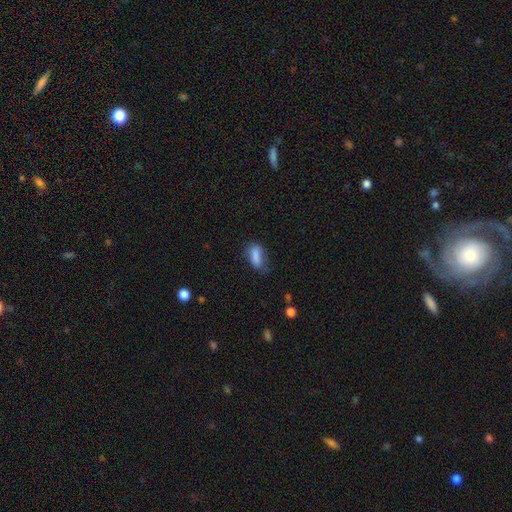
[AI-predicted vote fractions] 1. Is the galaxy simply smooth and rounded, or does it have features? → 83% smooth, 9% star or artifact, 8% featured or disk.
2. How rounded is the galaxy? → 79% in between, 17% cigar-shaped, 4% round.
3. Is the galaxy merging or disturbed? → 52% none, 33% minor disturbance, 12% major disturbance, 3% merger.